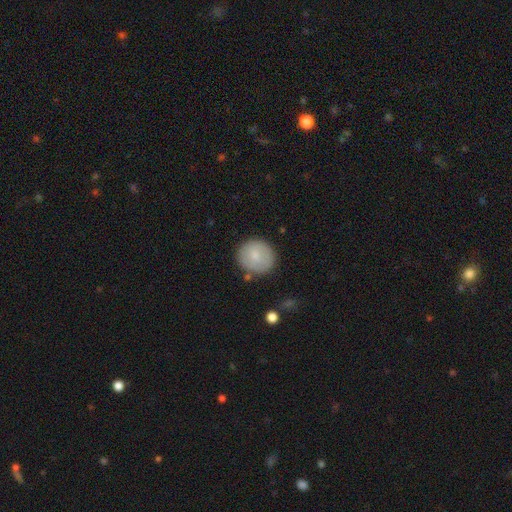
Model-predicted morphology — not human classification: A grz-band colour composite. It shows a smooth galaxy with no disk features (78%) that is round (90%). Merging: none (82%).